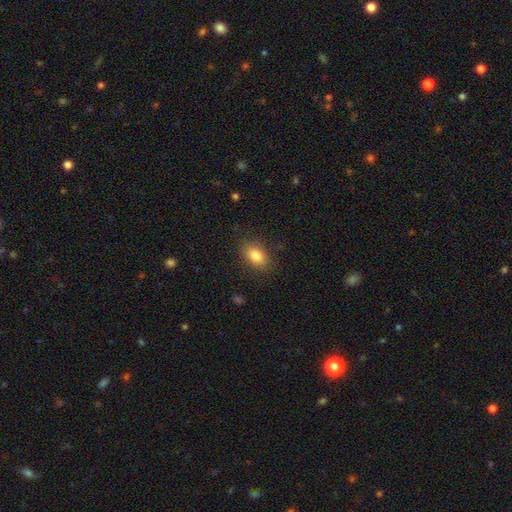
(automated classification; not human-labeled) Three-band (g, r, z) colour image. It shows a smooth galaxy with no disk features (83%) that is in between round and cigar-shaped (83%). Merging: none (85%).